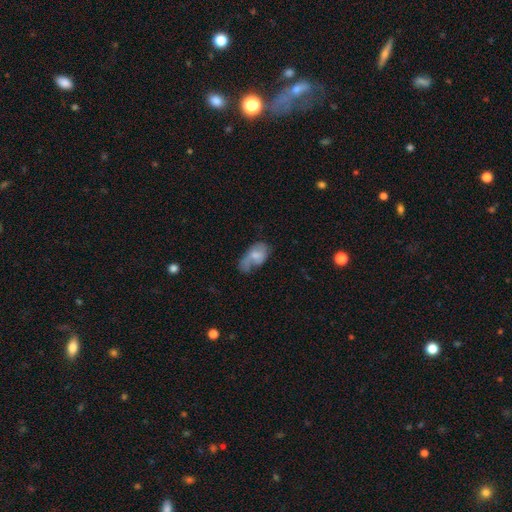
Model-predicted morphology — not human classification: smooth_or_featured: smooth (p=0.59) [alt: featured or disk p=0.33]
how_rounded: in between (p=0.91) [alt: round p=0.07]
merging: minor disturbance (p=0.31) [tied with: major disturbance p=0.31]